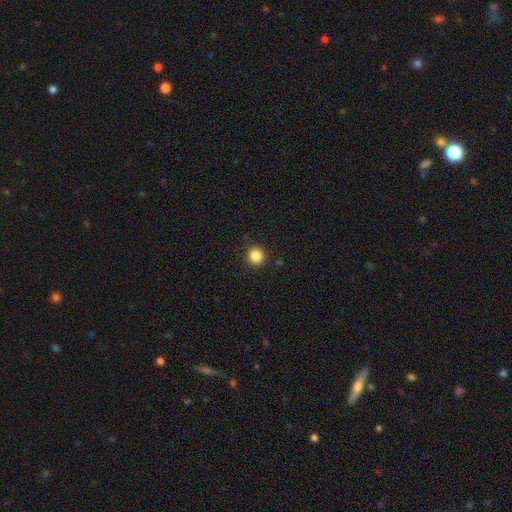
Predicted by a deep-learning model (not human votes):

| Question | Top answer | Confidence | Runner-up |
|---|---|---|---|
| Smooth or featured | smooth | 86% | star or artifact (11%) |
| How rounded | round | 95% | in between (4%) |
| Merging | none | 92% | minor disturbance (5%) |